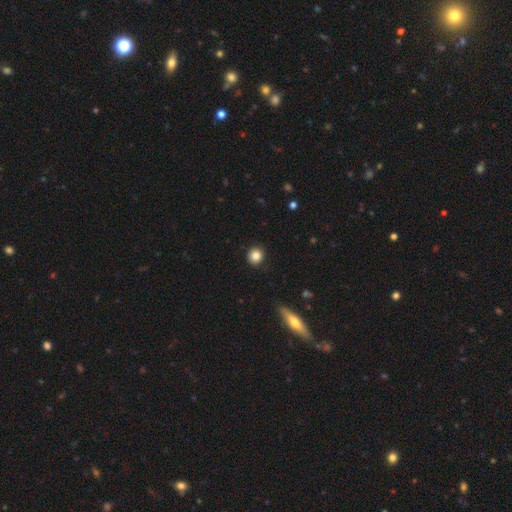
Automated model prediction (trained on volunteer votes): Smooth or featured: smooth — 85% (star or artifact — 10%)
How rounded: round — 92% (in between — 7%)
Merging: none — 91% (minor disturbance — 6%)